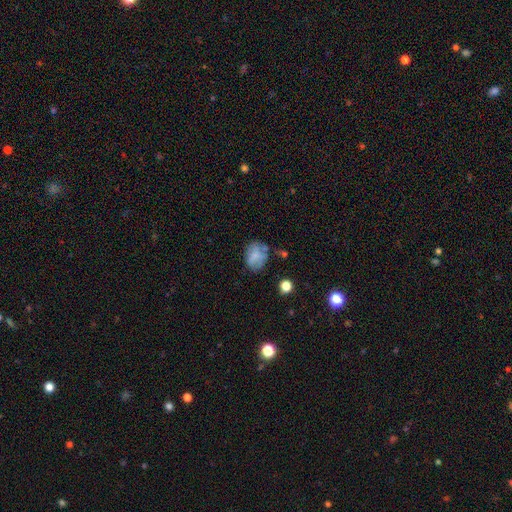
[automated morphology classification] Smooth or featured? Predicted: smooth (p=0.63). How rounded? Predicted: in between (p=0.59). Merging? Predicted: none (p=0.48).